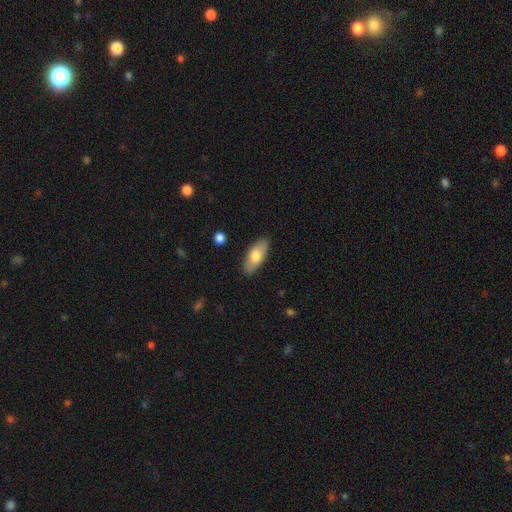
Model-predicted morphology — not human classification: smooth 75%, featured or disk 20%, star or artifact 6%. Down the decision tree: how rounded — in between (84%); merging — none (87%).